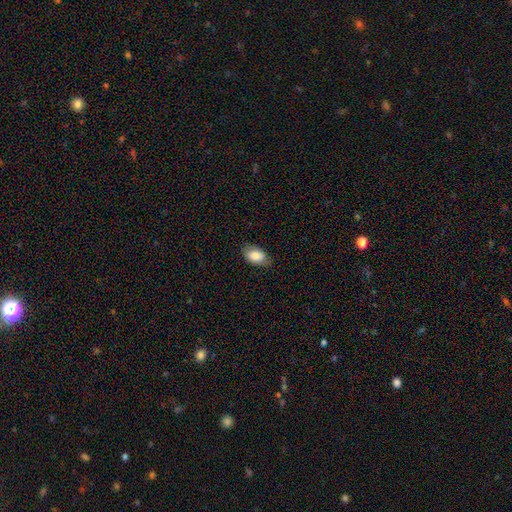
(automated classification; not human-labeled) Smooth or featured?
  - smooth: 84% *
  - featured or disk: 9%
  - star or artifact: 7%
How rounded?
  - in between: 91% *
  - round: 7%
  - cigar-shaped: 2%
Merging?
  - none: 76% *
  - minor disturbance: 20%
  - major disturbance: 4%
  - merger: 1%